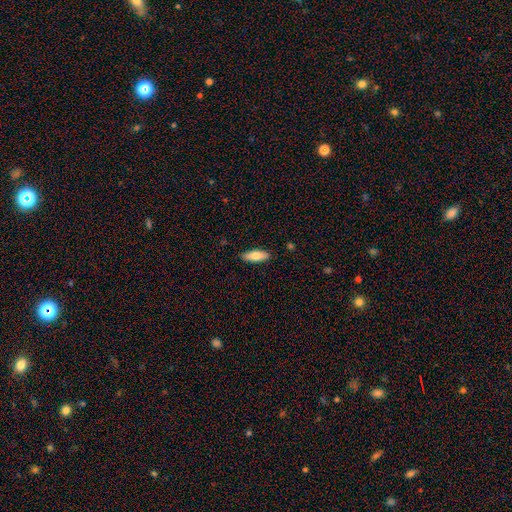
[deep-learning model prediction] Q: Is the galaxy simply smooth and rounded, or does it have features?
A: smooth — 76%.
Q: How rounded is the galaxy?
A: in between — 66%.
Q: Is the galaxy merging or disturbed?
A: none — 88%.